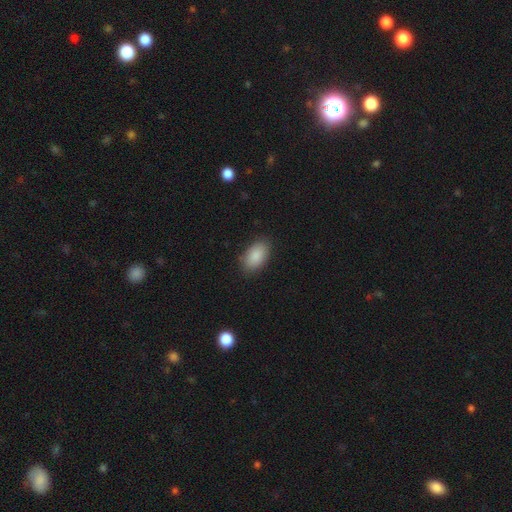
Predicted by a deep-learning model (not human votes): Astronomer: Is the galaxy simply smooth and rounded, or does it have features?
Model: smooth — 89%.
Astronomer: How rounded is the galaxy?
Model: in between — 93%.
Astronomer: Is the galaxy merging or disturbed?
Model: none — 86%.